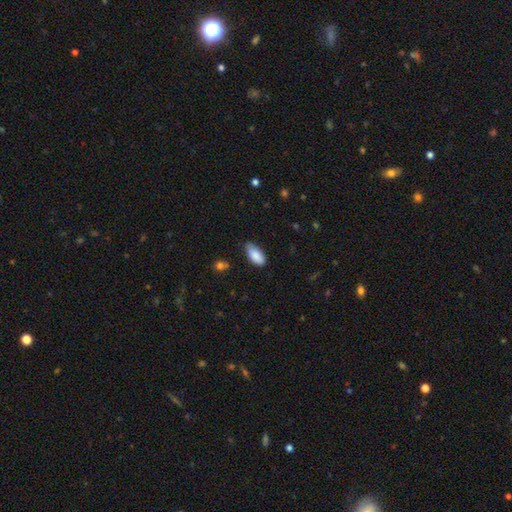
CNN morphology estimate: A smooth galaxy with no disk features (87%) that is in between round and cigar-shaped (91%). Merging: none (64%).